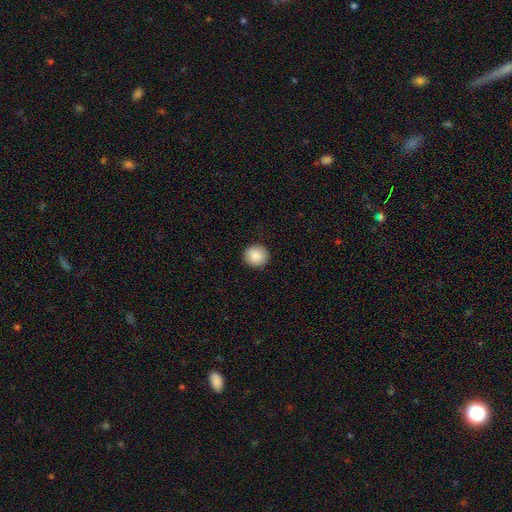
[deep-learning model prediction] Smooth or featured: smooth — 88% (star or artifact — 8%)
How rounded: round — 92% (in between — 7%)
Merging: none — 92% (minor disturbance — 6%)